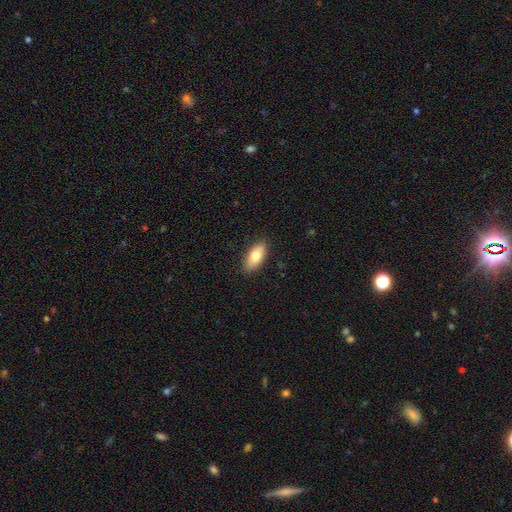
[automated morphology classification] type=smooth (78%); roundness=in between (89%); merging=none (88%).